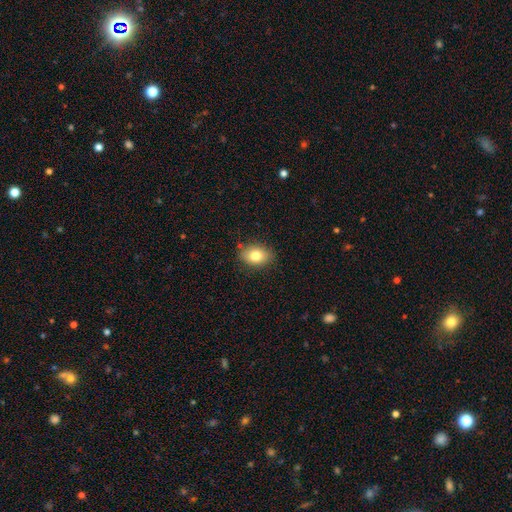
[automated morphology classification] Smooth or featured? Predicted: smooth (p=0.80). How rounded? Predicted: in between (p=0.75). Merging? Predicted: none (p=0.84).